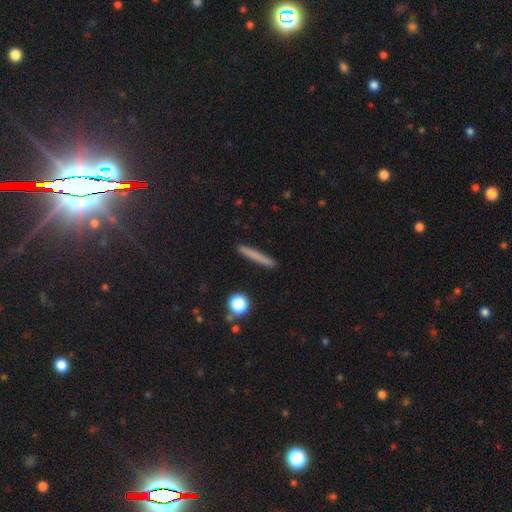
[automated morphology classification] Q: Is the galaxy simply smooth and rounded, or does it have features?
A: smooth — 72%.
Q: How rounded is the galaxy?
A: cigar-shaped — 94%.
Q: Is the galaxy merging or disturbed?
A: none — 90%.